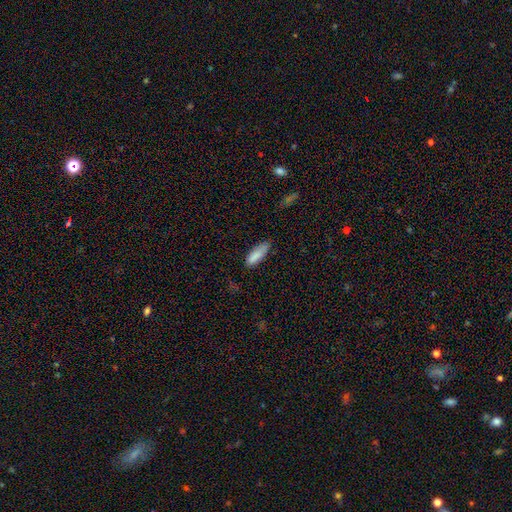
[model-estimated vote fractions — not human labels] A smooth galaxy with no disk features (86%) that is in between round and cigar-shaped (53%).

Vote fractions:
- Smooth or featured? smooth: 86% / featured or disk: 7% / star or artifact: 7%
- How rounded? in between: 53% / cigar-shaped: 45% / round: 2%
- Merging? none: 72% / minor disturbance: 23% / major disturbance: 4% / merger: 2%